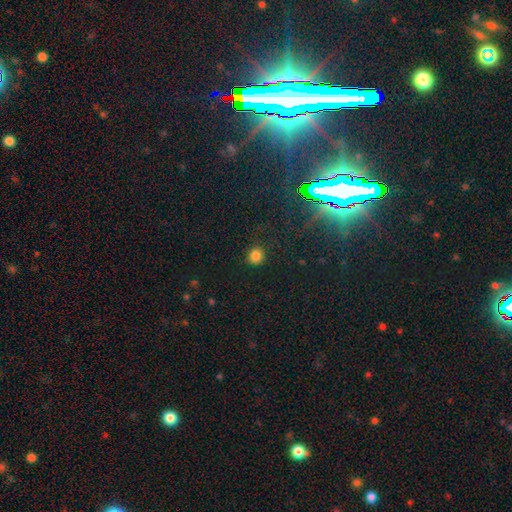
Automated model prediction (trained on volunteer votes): This appears to be a smooth galaxy with no disk features (81%) that is round (88%). Merging: none (87%).